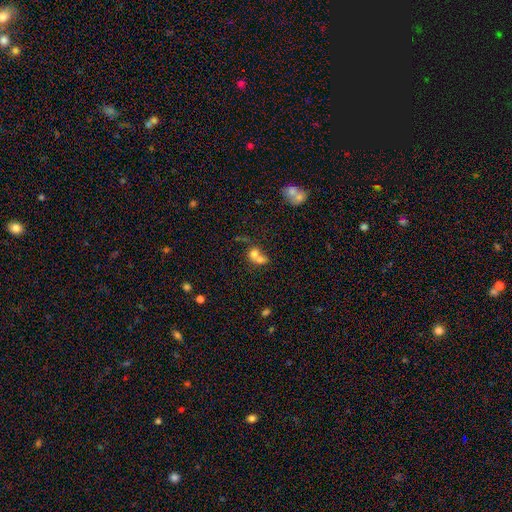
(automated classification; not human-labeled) smooth 68%, featured or disk 19%, star or artifact 13%. Down the decision tree: how rounded — round (64%); merging — merger (68%).